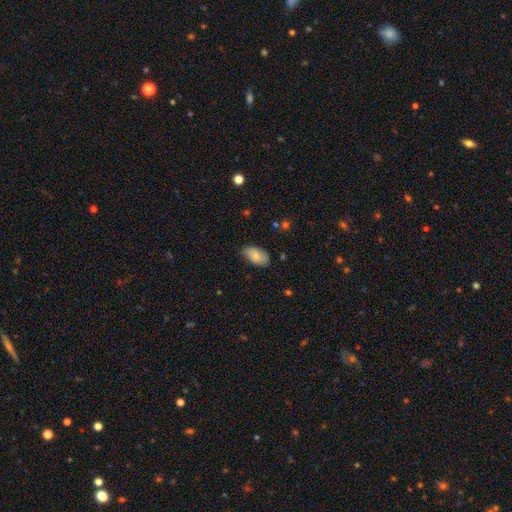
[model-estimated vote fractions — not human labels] Smooth or featured: smooth — 78% (featured or disk — 15%)
How rounded: in between — 94% (round — 4%)
Merging: none — 71% (minor disturbance — 23%)